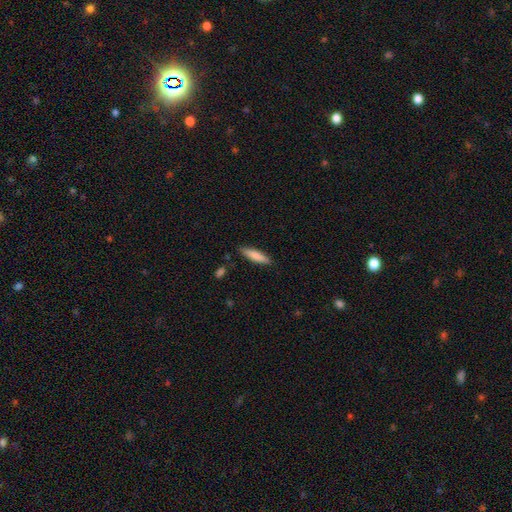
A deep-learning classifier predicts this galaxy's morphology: smooth-or-featured: smooth: 79% | featured or disk: 16% | star or artifact: 5%
  how-rounded: cigar-shaped: 77% | in between: 21% | round: 1%
  merging: none: 87% | minor disturbance: 9% | major disturbance: 2% | merger: 2%